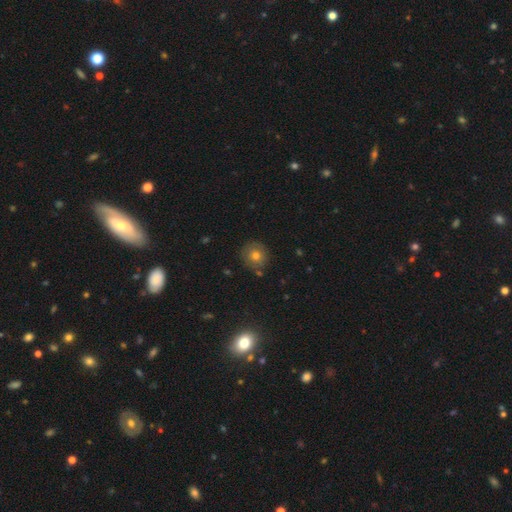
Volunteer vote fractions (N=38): smooth_or_featured: smooth (p=0.76) [alt: featured or disk p=0.16]
how_rounded: round (p=1.00)
merging: none (p=0.86) [alt: minor disturbance p=0.14]